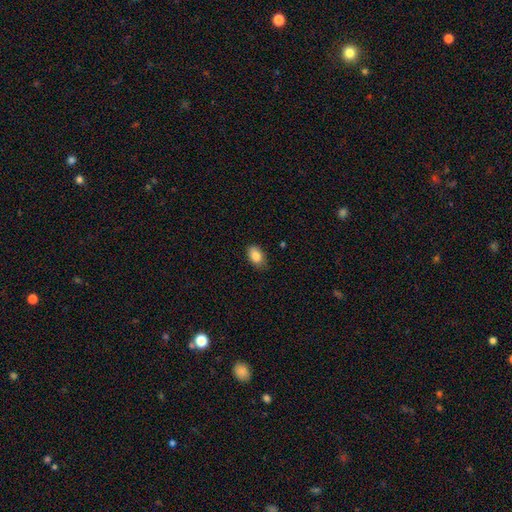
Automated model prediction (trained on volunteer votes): smooth-or-featured: smooth: 86% | star or artifact: 8% | featured or disk: 6%
  how-rounded: in between: 90% | round: 8% | cigar-shaped: 2%
  merging: none: 81% | minor disturbance: 15% | major disturbance: 2% | merger: 1%